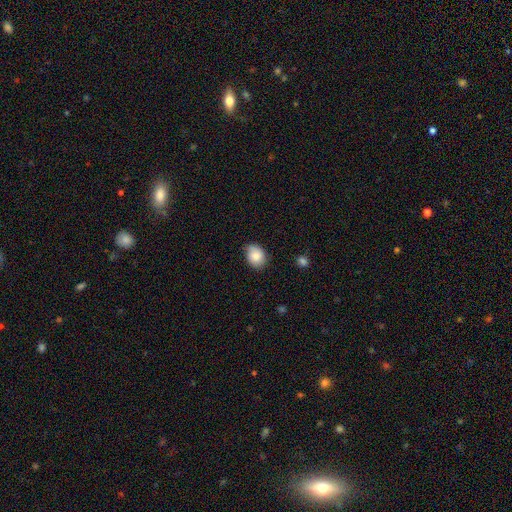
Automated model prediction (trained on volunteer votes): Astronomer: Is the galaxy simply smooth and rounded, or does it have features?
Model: smooth — 82%.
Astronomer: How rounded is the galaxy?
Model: in between — 62% (runner-up: round, 37%).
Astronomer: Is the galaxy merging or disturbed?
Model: none — 71%.